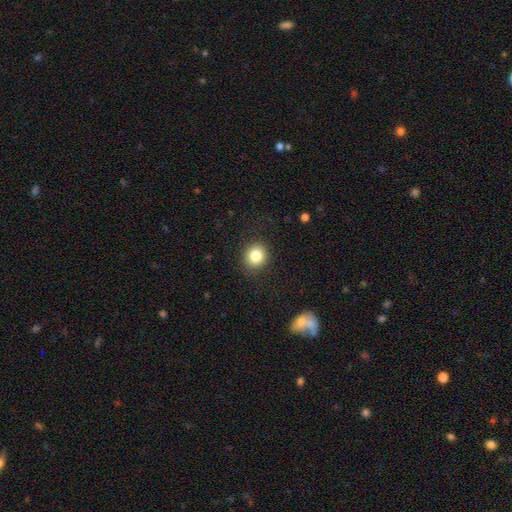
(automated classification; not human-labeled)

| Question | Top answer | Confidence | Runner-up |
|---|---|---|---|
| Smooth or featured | smooth | 83% | star or artifact (10%) |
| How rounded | round | 84% | in between (15%) |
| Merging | none | 89% | minor disturbance (7%) |